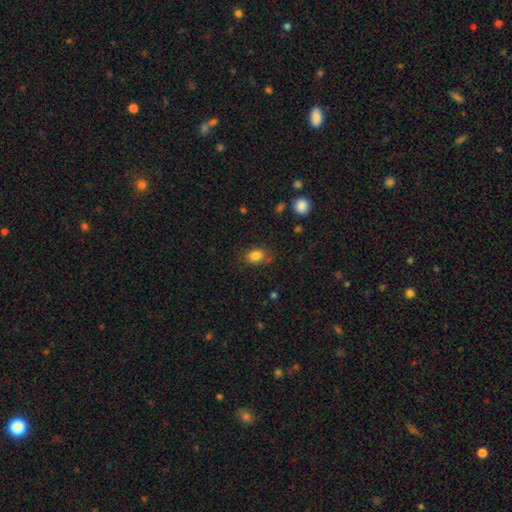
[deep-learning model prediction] Smooth or featured? Predicted: smooth (p=0.84). How rounded? Predicted: in between (p=0.75). Merging? Predicted: none (p=0.77).